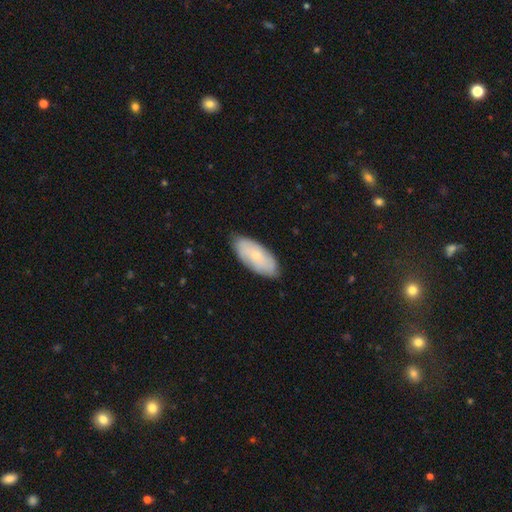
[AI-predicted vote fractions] smooth 63%, featured or disk 31%, star or artifact 6%. Down the decision tree: how rounded — in between (89%); merging — none (83%).